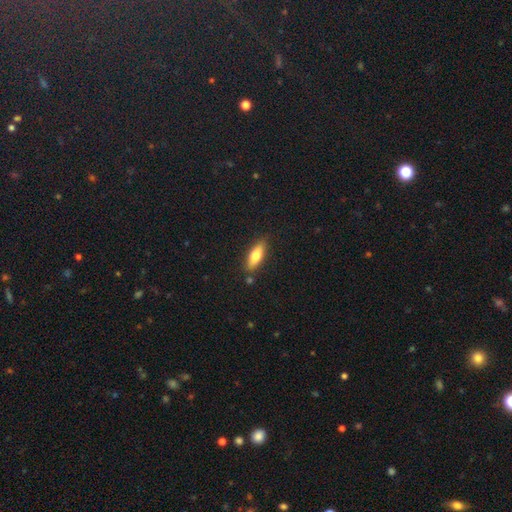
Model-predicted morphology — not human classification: A smooth galaxy with no disk features (69%) that is in between round and cigar-shaped (57%).

Vote fractions:
- Smooth or featured? smooth: 69% / featured or disk: 24% / star or artifact: 6%
- How rounded? in between: 57% / cigar-shaped: 41% / round: 2%
- Merging? none: 83% / minor disturbance: 11% / merger: 4% / major disturbance: 2%